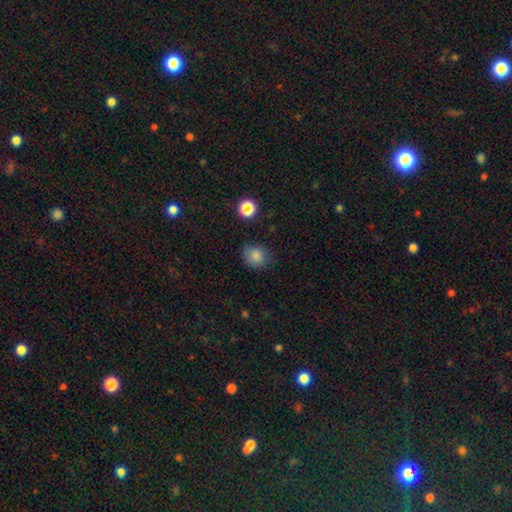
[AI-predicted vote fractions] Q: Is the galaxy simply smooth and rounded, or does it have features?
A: smooth — 84%.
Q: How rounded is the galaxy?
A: round — 73%.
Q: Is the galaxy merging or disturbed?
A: none — 73%.